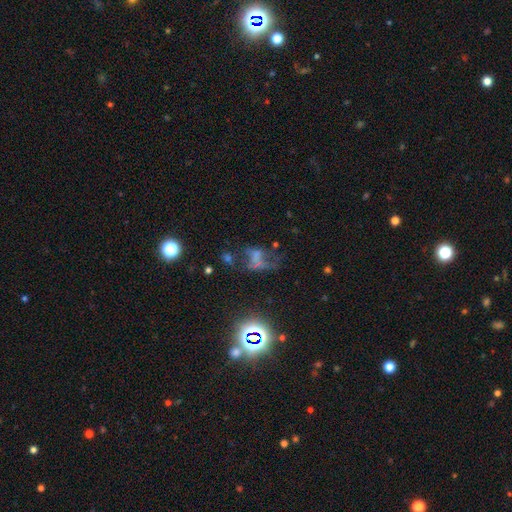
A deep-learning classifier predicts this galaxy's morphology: Q: Smooth or featured?
A: star or artifact (38%); runner-up: featured or disk (36%)